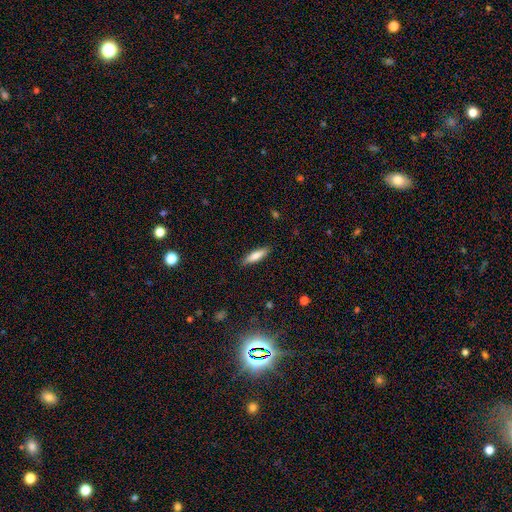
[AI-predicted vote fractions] Q: Smooth or featured?
A: smooth (76%); runner-up: featured or disk (18%)
Q: How rounded?
A: cigar-shaped (70%); runner-up: in between (29%)
Q: Merging?
A: none (88%); runner-up: minor disturbance (9%)